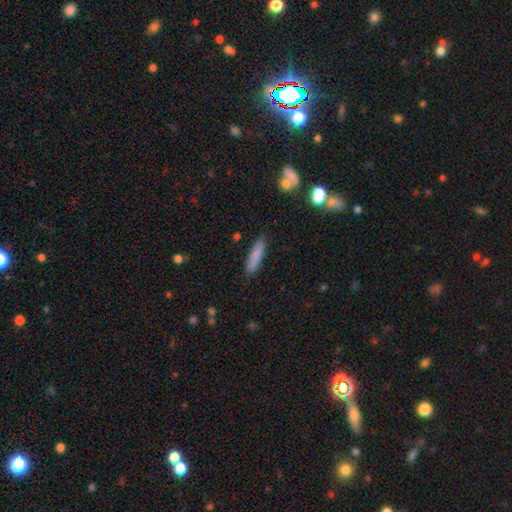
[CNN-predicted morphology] type=smooth (82%); roundness=cigar-shaped (79%); merging=none (87%).